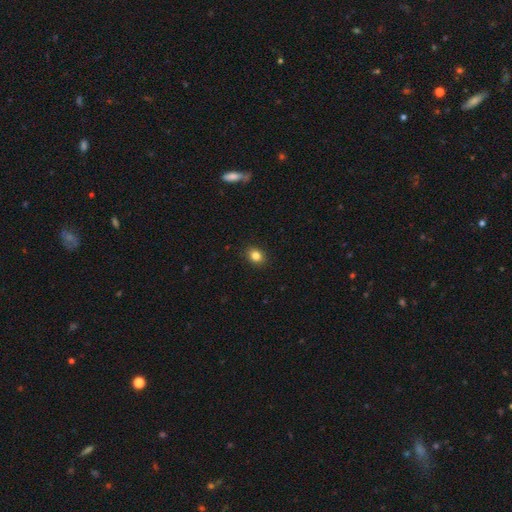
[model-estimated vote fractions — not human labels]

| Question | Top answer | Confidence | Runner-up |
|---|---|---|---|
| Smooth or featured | smooth | 84% | star or artifact (11%) |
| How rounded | round | 54% | in between (45%) |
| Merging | none | 90% | minor disturbance (7%) |